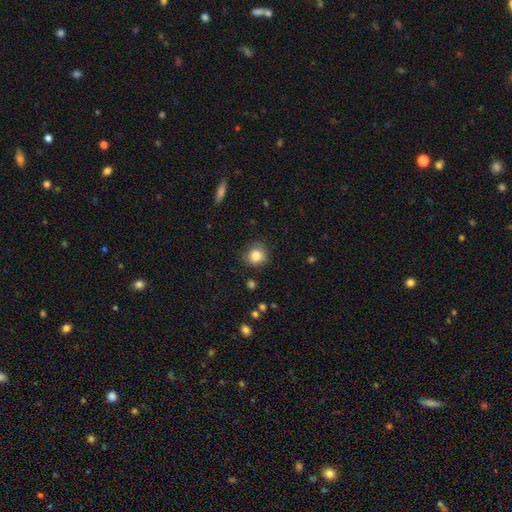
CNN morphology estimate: Smooth or featured? smooth (83%)
How rounded? round (85%)
Merging? none (80%)